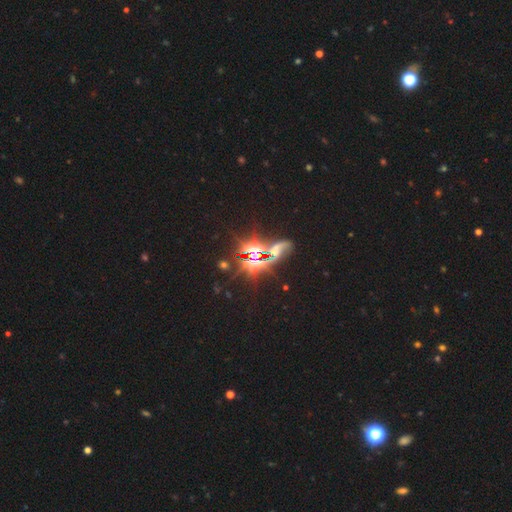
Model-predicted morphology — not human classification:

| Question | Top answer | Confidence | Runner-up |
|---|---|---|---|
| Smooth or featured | star or artifact | 75% | smooth (13%) |